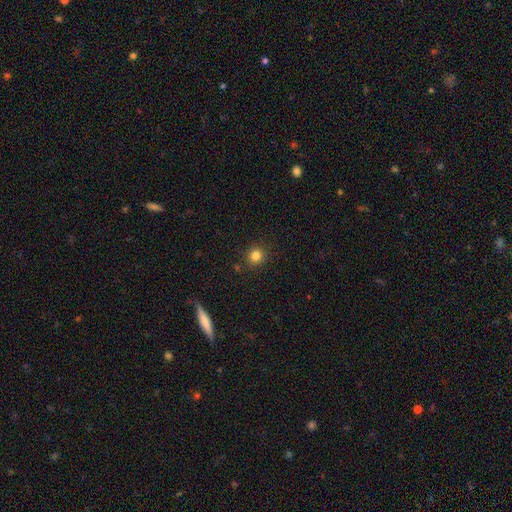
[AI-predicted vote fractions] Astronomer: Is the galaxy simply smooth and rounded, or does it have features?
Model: smooth — 82%.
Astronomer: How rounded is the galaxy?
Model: round — 90%.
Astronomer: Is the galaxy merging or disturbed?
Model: none — 89%.